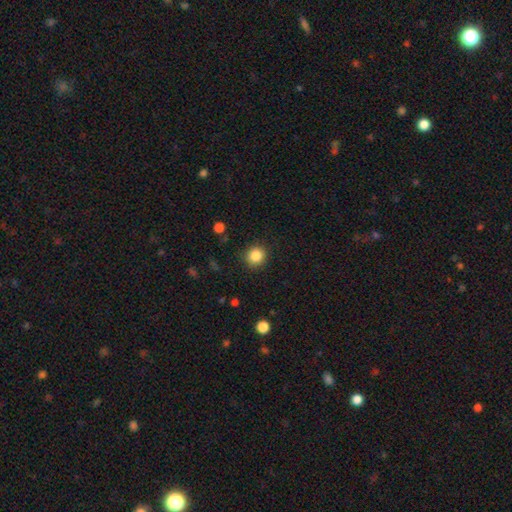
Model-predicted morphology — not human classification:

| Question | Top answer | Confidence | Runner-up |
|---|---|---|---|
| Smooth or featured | smooth | 85% | star or artifact (11%) |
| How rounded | round | 89% | in between (10%) |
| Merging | none | 89% | minor disturbance (7%) |